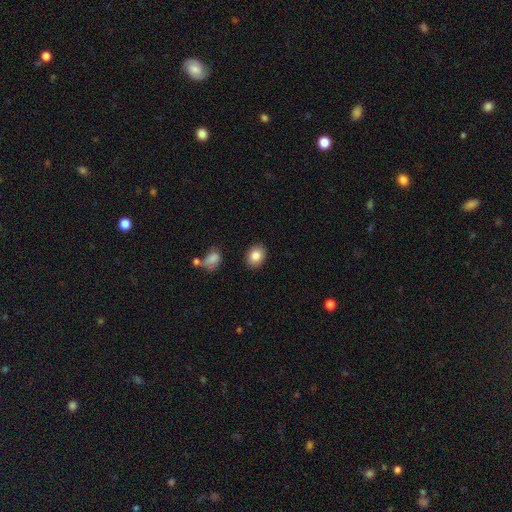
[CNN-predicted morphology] This is clearly a smooth galaxy (85%). How rounded: possibly in between (57%). Merging: clearly none (87%).